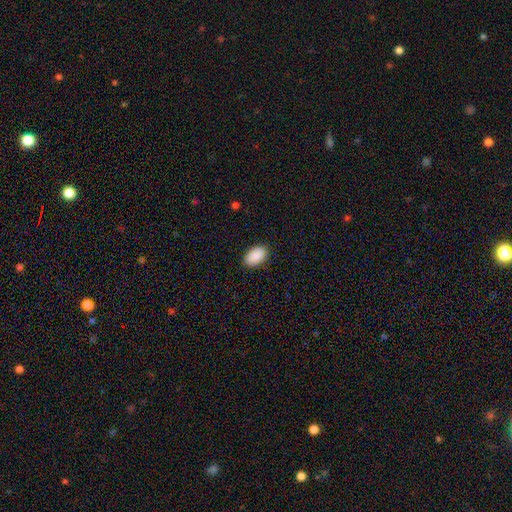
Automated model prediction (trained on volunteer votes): smooth_or_featured: smooth (p=0.91) [alt: star or artifact p=0.06]
how_rounded: in between (p=0.94) [alt: round p=0.05]
merging: none (p=0.88) [alt: minor disturbance p=0.09]